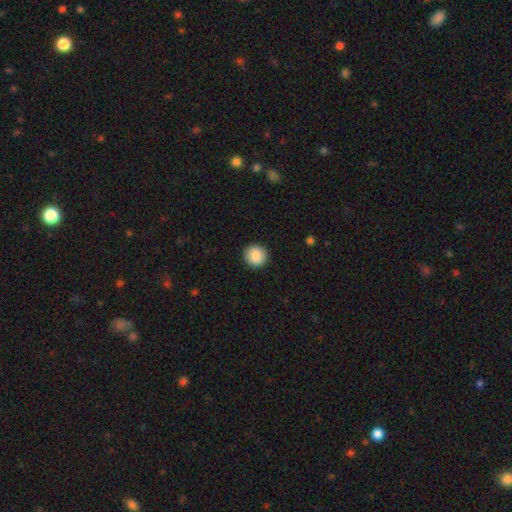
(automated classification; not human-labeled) smooth_or_featured: smooth (p=0.88) [alt: star or artifact p=0.08]
how_rounded: round (p=0.91) [alt: in between p=0.08]
merging: none (p=0.92) [alt: minor disturbance p=0.06]